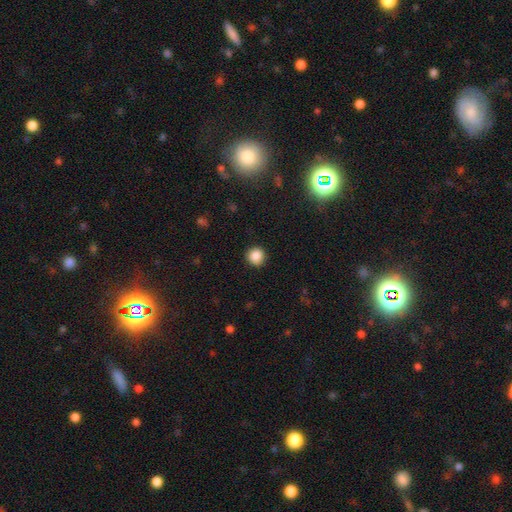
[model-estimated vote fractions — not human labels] smooth-or-featured: smooth: 87% | star or artifact: 10% | featured or disk: 3%
  how-rounded: round: 93% | in between: 6% | cigar-shaped: 1%
  merging: none: 89% | minor disturbance: 7% | major disturbance: 2% | merger: 1%